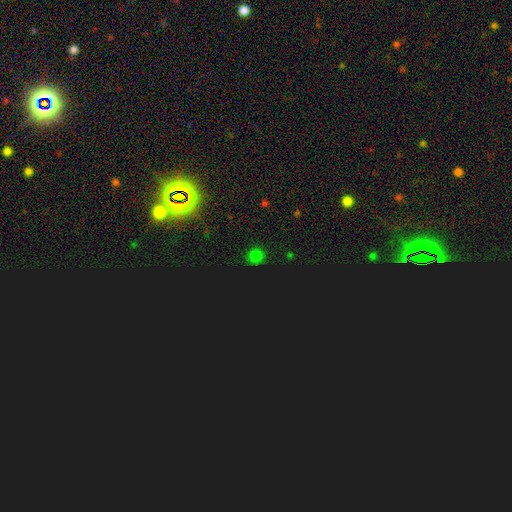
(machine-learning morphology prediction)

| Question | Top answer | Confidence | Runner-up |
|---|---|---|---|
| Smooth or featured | smooth | 61% | star or artifact (35%) |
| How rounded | round | 89% | in between (9%) |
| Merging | none | 87% | minor disturbance (8%) |